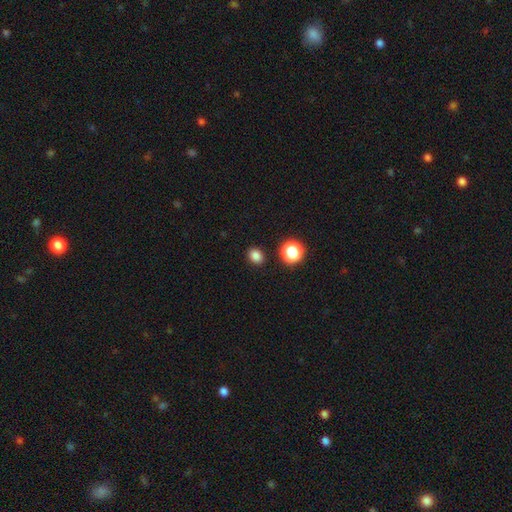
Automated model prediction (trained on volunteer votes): Smooth or featured?
  - smooth: 83% *
  - star or artifact: 13%
  - featured or disk: 4%
How rounded?
  - round: 53% *
  - in between: 46%
  - cigar-shaped: 1%
Merging?
  - none: 89% *
  - minor disturbance: 7%
  - merger: 2%
  - major disturbance: 2%